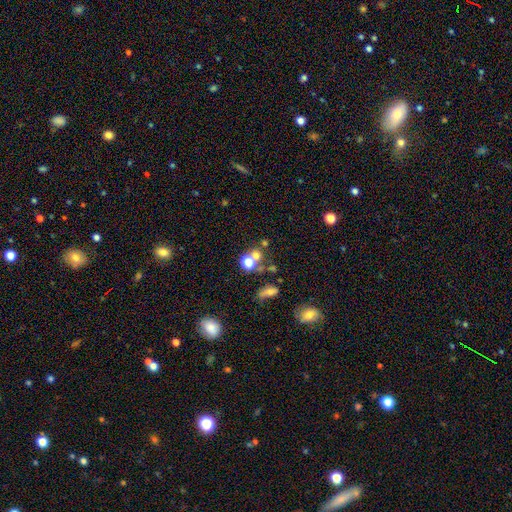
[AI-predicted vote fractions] Q: Smooth or featured?
A: smooth (59%); runner-up: star or artifact (28%)
Q: How rounded?
A: round (78%); runner-up: in between (20%)
Q: Merging?
A: none (46%); runner-up: merger (38%)